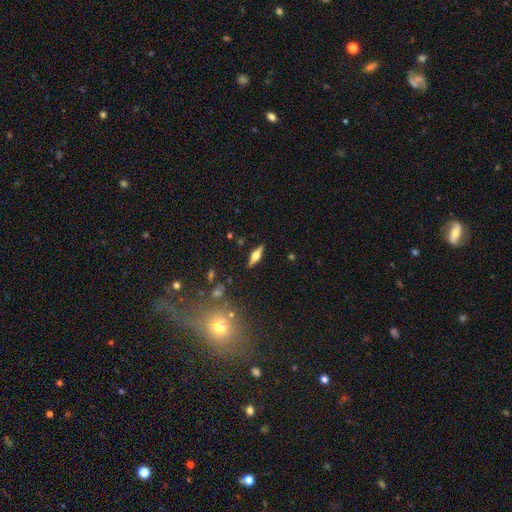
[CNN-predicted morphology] Smooth or featured? featured or disk (54%)
Edge-on disk? yes (94%)
Edge-on bulge? rounded (89%)
Merging? none (87%)